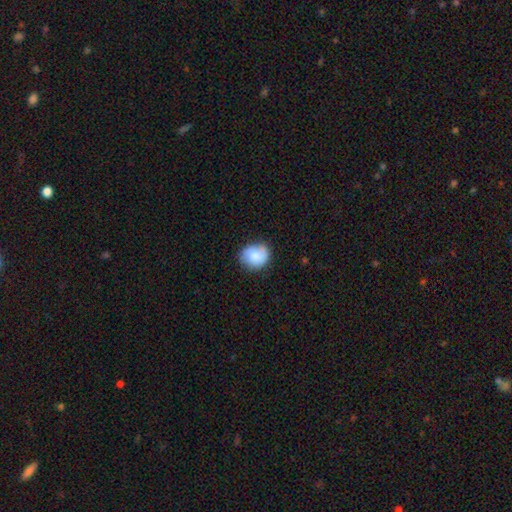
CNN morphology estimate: smooth 75%, featured or disk 18%, star or artifact 7%. Down the decision tree: how rounded — round (68%); merging — none (74%).